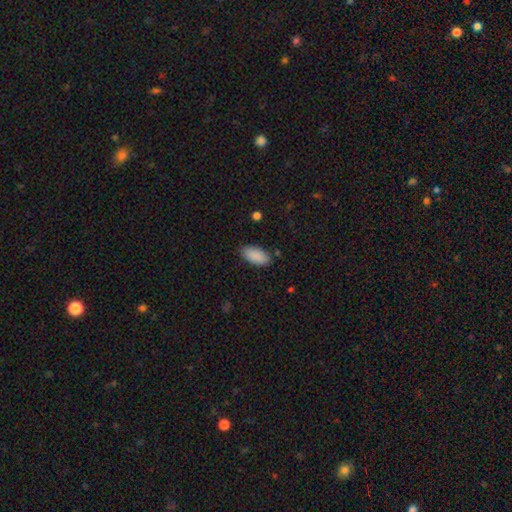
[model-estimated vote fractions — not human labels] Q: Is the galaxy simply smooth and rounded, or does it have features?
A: smooth — 90%.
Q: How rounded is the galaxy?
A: in between — 92%.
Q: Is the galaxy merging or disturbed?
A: none — 85%.